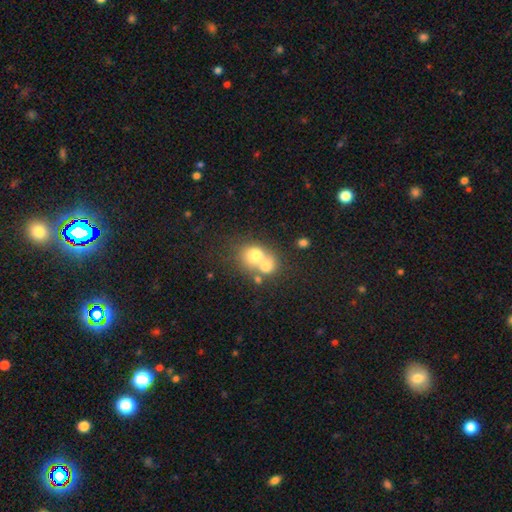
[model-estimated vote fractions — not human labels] The model was most divided on "how rounded": round: 66%, in between: 33%, cigar-shaped: 1%. More confident: smooth or featured — smooth (70%); merging — merger (65%).